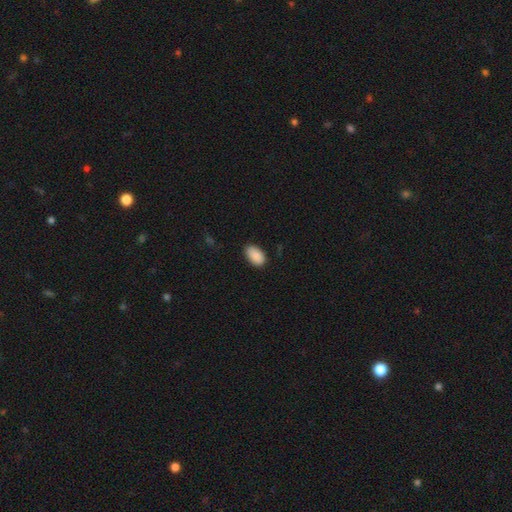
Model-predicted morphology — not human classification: Smooth or featured?
  - smooth: 90% *
  - star or artifact: 7%
  - featured or disk: 3%
How rounded?
  - in between: 94% *
  - round: 4%
  - cigar-shaped: 1%
Merging?
  - none: 82% *
  - minor disturbance: 15%
  - major disturbance: 2%
  - merger: 1%